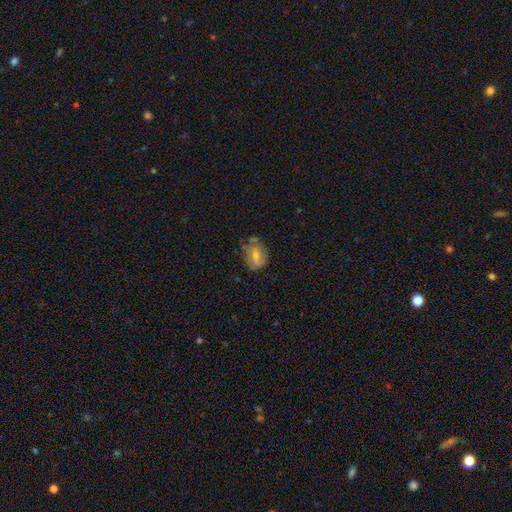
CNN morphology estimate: Smooth or featured? Predicted: smooth (p=0.44). Merging? Predicted: none (p=0.63).